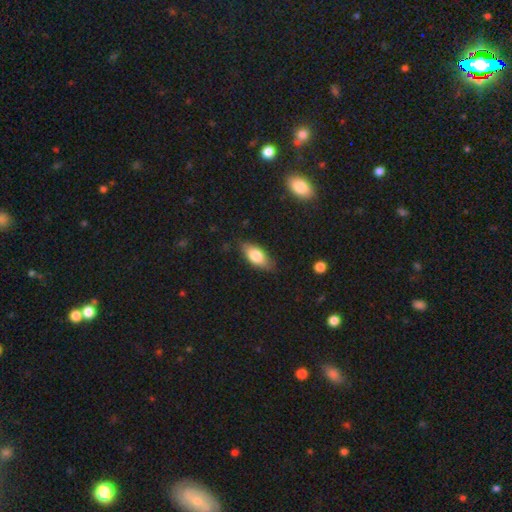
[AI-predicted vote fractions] The model was most divided on "smooth or featured": smooth: 73%, featured or disk: 20%, star or artifact: 7%. More confident: how rounded — in between (84%); merging — none (79%).